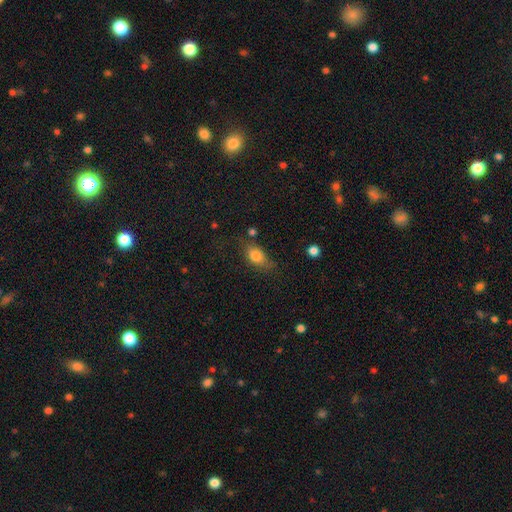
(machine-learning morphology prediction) A smooth galaxy with no disk features (79%) that is in between round and cigar-shaped (80%).

Vote fractions:
- Smooth or featured? smooth: 79% / featured or disk: 12% / star or artifact: 9%
- How rounded? in between: 80% / round: 15% / cigar-shaped: 6%
- Merging? none: 56% / minor disturbance: 27% / major disturbance: 13% / merger: 4%